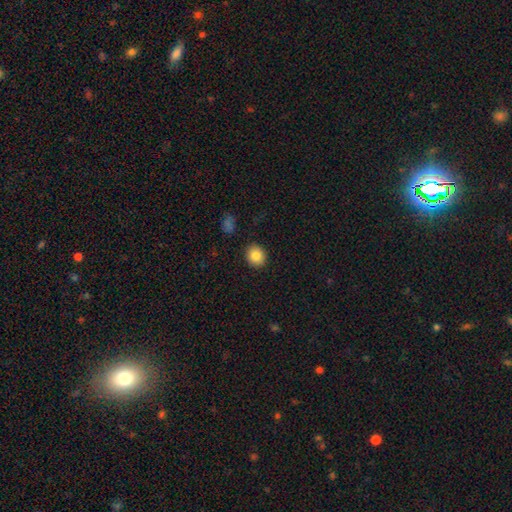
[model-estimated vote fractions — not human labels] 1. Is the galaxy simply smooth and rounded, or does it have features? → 85% smooth, 9% star or artifact, 7% featured or disk.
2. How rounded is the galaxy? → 78% round, 21% in between, 1% cigar-shaped.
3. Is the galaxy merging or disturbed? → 91% none, 6% minor disturbance, 2% major disturbance, 1% merger.